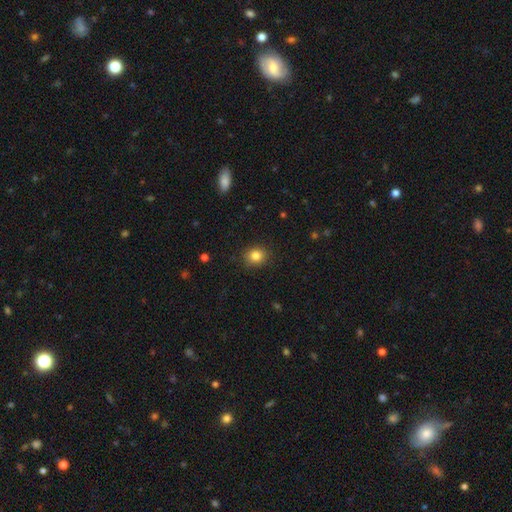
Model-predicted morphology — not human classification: Q: Smooth or featured?
A: smooth (83%); runner-up: star or artifact (11%)
Q: How rounded?
A: round (73%); runner-up: in between (26%)
Q: Merging?
A: none (88%); runner-up: minor disturbance (8%)